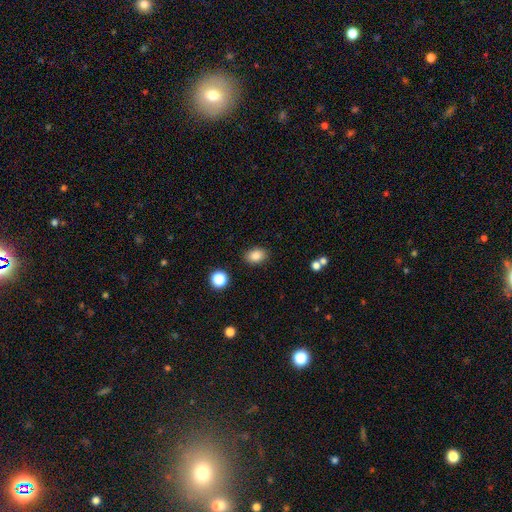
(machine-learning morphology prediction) Smooth or featured?
  - smooth: 85% *
  - star or artifact: 10%
  - featured or disk: 6%
How rounded?
  - in between: 74% *
  - round: 25%
  - cigar-shaped: 1%
Merging?
  - none: 87% *
  - minor disturbance: 9%
  - major disturbance: 3%
  - merger: 2%